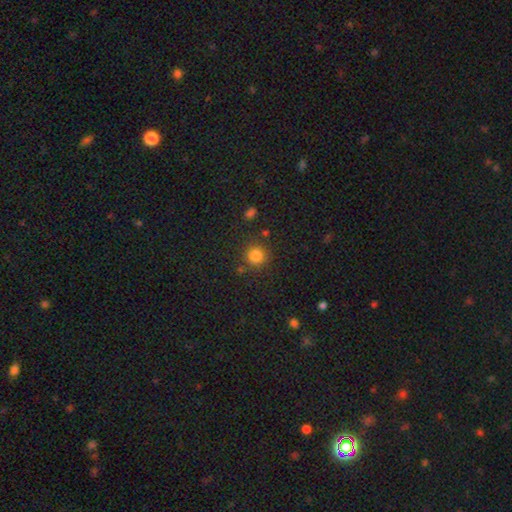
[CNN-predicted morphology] type=smooth (82%); roundness=round (92%); merging=none (82%).